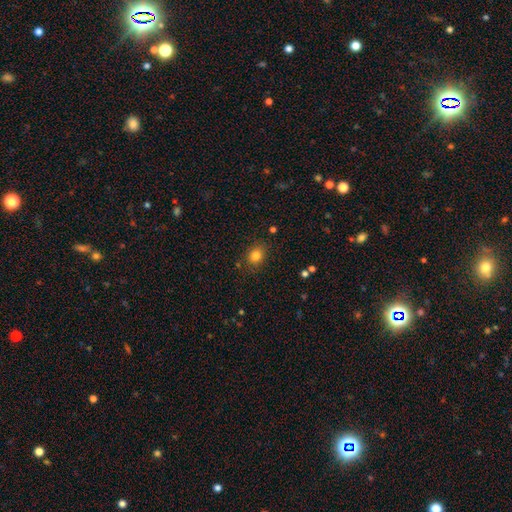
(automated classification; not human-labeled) smooth-or-featured: smooth: 82% | star or artifact: 12% | featured or disk: 6%
  how-rounded: round: 55% | in between: 44% | cigar-shaped: 1%
  merging: none: 82% | minor disturbance: 12% | major disturbance: 4% | merger: 2%